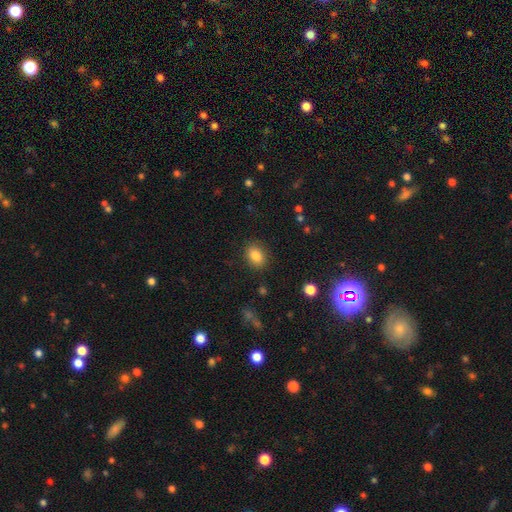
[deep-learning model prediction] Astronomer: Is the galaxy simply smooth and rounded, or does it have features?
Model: smooth — 85%.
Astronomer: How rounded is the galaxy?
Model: in between — 64%.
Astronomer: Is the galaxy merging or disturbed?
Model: none — 86%.